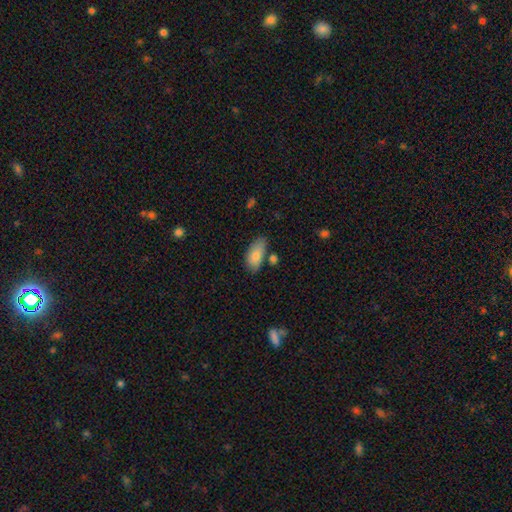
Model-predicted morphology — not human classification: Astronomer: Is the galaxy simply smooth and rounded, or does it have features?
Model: smooth — 81%.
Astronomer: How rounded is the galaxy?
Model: in between — 91%.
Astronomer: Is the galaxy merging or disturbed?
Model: none — 64%.